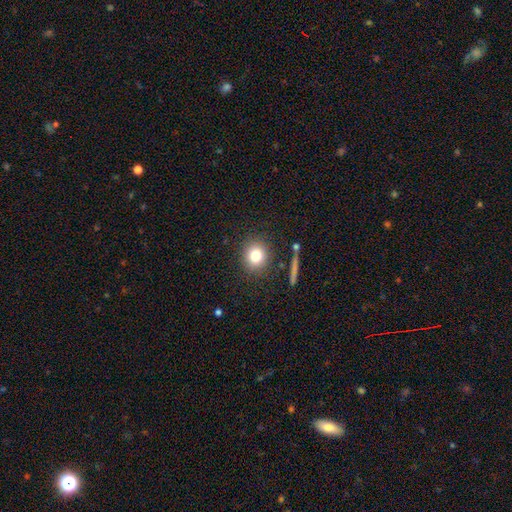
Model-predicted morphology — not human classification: Overall: smooth (79%). How rounded: round (82%). Merging: none (87%).